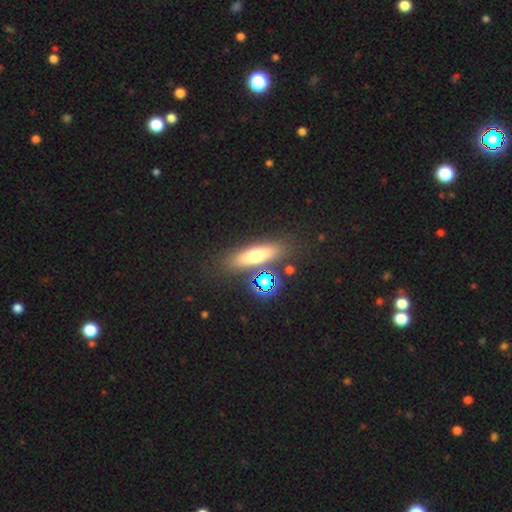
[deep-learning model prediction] This appears to be a smooth galaxy with no disk features (56%) that is cigar-shaped (53%). Merging: none (82%).